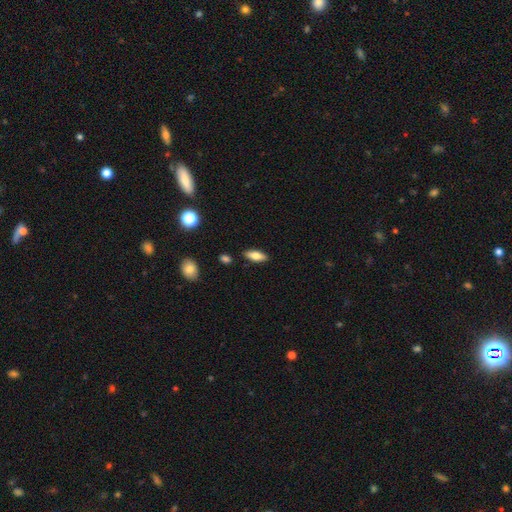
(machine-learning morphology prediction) Smooth or featured: smooth — 71% (featured or disk — 22%)
How rounded: in between — 72% (cigar-shaped — 25%)
Merging: none — 86% (minor disturbance — 9%)